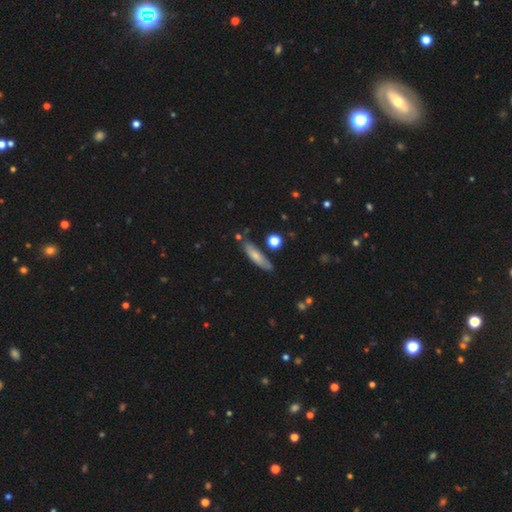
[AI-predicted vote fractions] Overall: smooth (71%). How rounded: cigar-shaped (71%). Merging: none (75%).